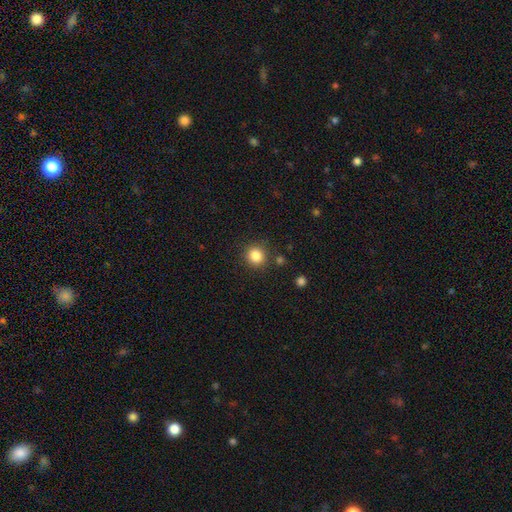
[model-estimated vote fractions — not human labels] A smooth galaxy with no disk features (85%) that is round (90%).

Vote fractions:
- Smooth or featured? smooth: 85% / star or artifact: 11% / featured or disk: 4%
- How rounded? round: 90% / in between: 9% / cigar-shaped: 1%
- Merging? none: 87% / minor disturbance: 7% / merger: 3% / major disturbance: 3%